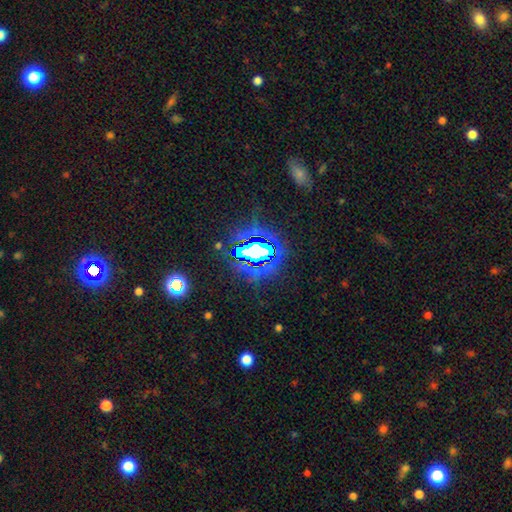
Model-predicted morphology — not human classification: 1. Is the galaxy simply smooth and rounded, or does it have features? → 78% star or artifact, 12% smooth, 10% featured or disk.